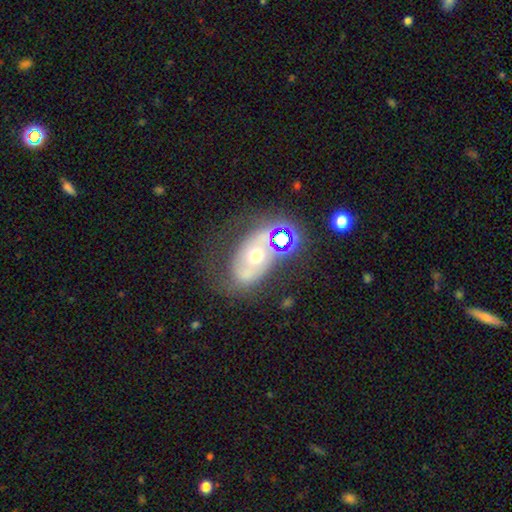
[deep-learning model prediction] Morphology: type=featured or disk (49%); merging=none (42%).